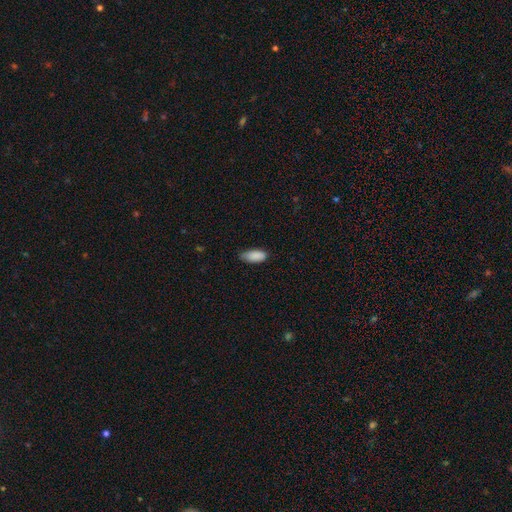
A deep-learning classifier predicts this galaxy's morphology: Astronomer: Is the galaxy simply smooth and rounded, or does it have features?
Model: smooth — 89%.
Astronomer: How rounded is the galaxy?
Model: in between — 88%.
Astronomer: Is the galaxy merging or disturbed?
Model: none — 68%.